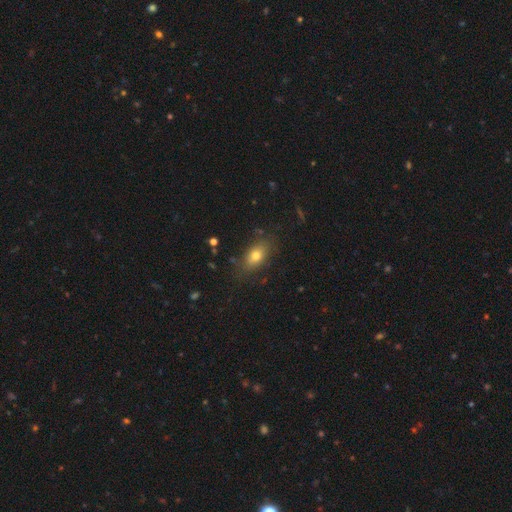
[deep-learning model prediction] smooth-or-featured: smooth: 75% | featured or disk: 14% | star or artifact: 11%
  how-rounded: in between: 81% | round: 14% | cigar-shaped: 6%
  merging: none: 77% | minor disturbance: 15% | major disturbance: 5% | merger: 2%